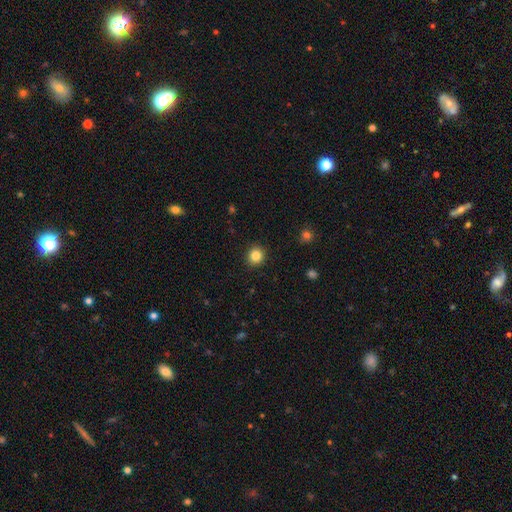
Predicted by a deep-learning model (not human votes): smooth_or_featured: smooth (p=0.84) [alt: star or artifact p=0.11]
how_rounded: round (p=0.90) [alt: in between p=0.09]
merging: none (p=0.92) [alt: minor disturbance p=0.06]